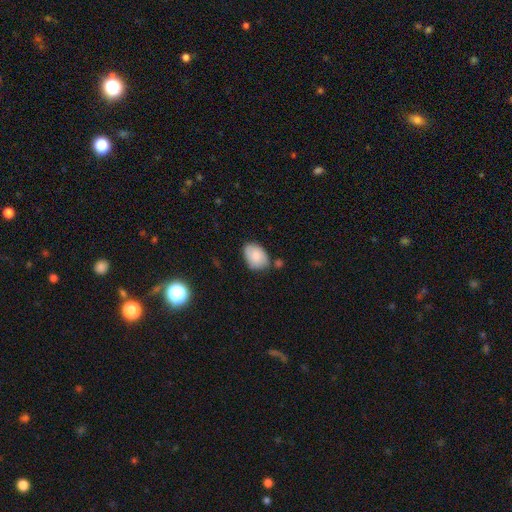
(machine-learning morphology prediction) type=smooth (82%); roundness=in between (82%); merging=none (66%).